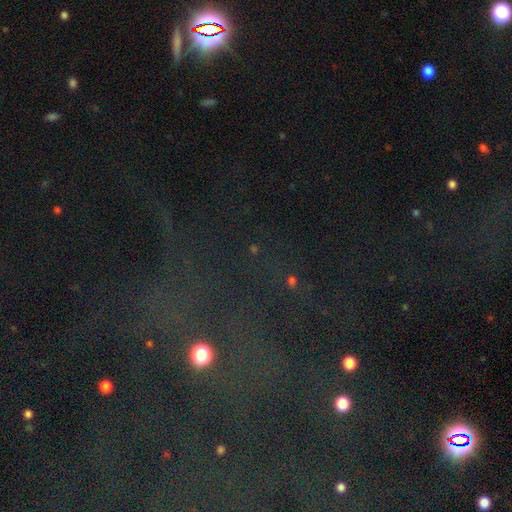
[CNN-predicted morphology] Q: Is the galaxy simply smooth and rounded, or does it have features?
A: star or artifact — 74%.